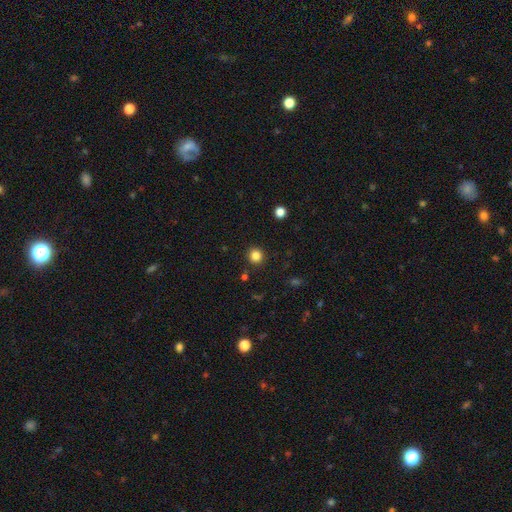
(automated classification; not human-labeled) This is clearly a smooth galaxy (83%). How rounded: clearly round (92%). Merging: clearly none (91%).